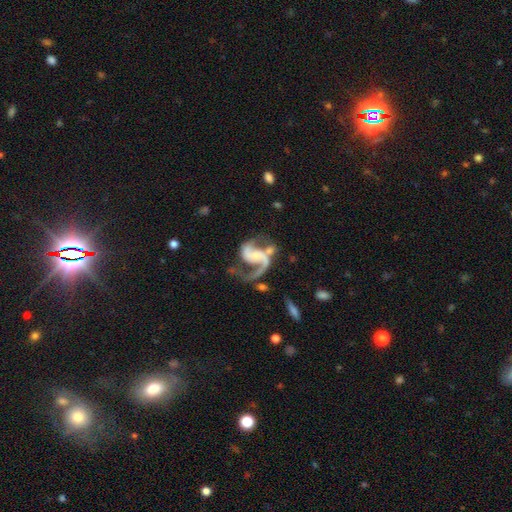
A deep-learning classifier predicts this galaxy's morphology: Smooth or featured: featured or disk — 91% (star or artifact — 5%)
Edge-on disk: no — 98% (yes — 2%)
Bar: no — 42% (weak — 37%)
Spiral arms: yes — 97% (no — 3%)
Spiral winding: medium — 48% (loose — 42%)
Spiral arm count: 2 — 85% (1 — 10%)
Bulge size: small — 53% (moderate — 33%)
Merging: none — 47% (major disturbance — 23%)